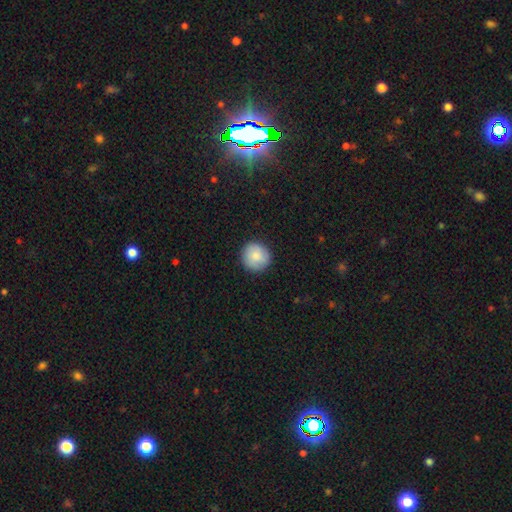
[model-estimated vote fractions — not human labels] Smooth or featured? Predicted: smooth (p=0.84). How rounded? Predicted: round (p=0.94). Merging? Predicted: none (p=0.88).